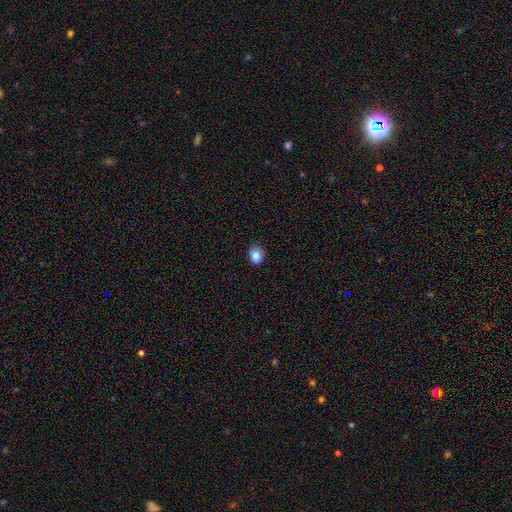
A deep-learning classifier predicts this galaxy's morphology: smooth 85%, star or artifact 10%, featured or disk 5%. Down the decision tree: how rounded — round (52%); merging — none (81%).